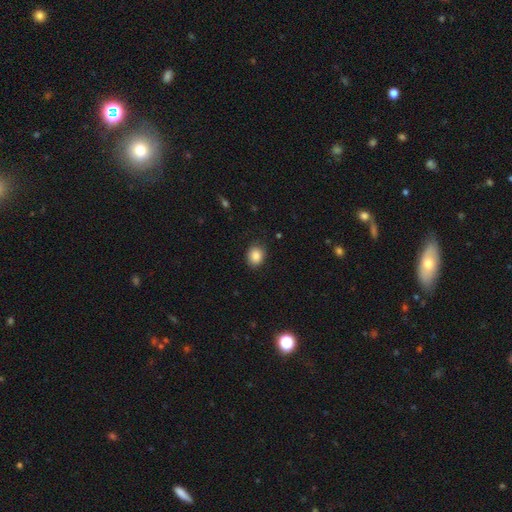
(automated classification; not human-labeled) The model was most divided on "how rounded": round: 51%, in between: 48%, cigar-shaped: 1%. More confident: smooth or featured — smooth (87%); merging — none (83%).